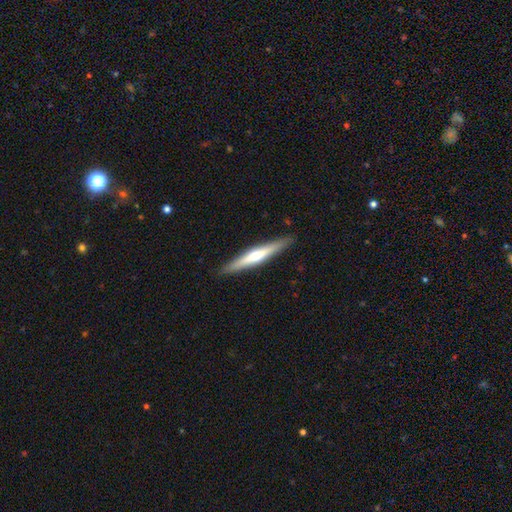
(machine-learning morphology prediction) featured or disk 57%, smooth 38%, star or artifact 5%. Down the decision tree: edge-on disk — yes (96%); edge-on bulge — rounded (77%); merging — none (90%).